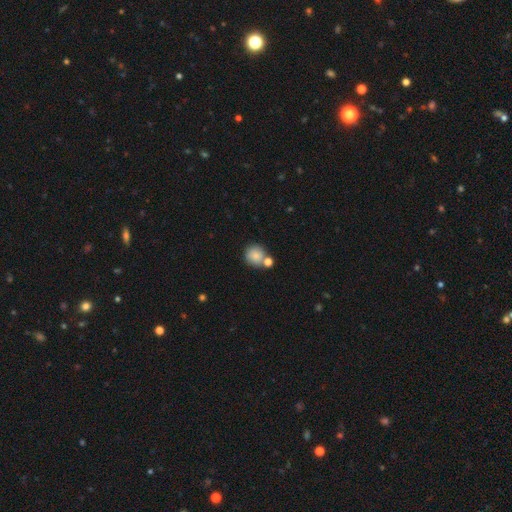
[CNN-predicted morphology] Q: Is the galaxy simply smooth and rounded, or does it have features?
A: smooth — 83%.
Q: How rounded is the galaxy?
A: round — 88%.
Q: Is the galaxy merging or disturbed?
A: none — 63%.